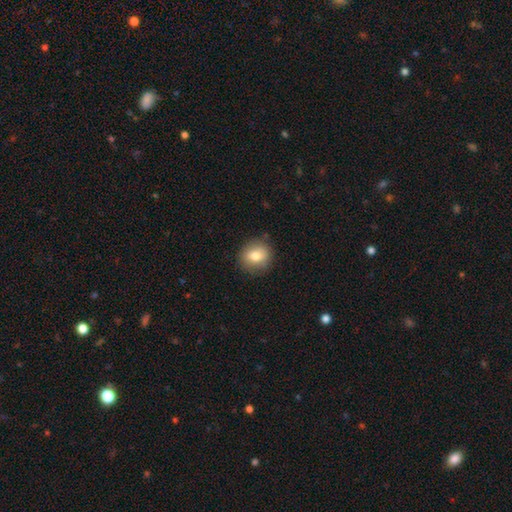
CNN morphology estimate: smooth-or-featured: smooth: 80% | featured or disk: 12% | star or artifact: 9%
  how-rounded: round: 78% | in between: 21% | cigar-shaped: 1%
  merging: none: 85% | minor disturbance: 11% | major disturbance: 3% | merger: 1%